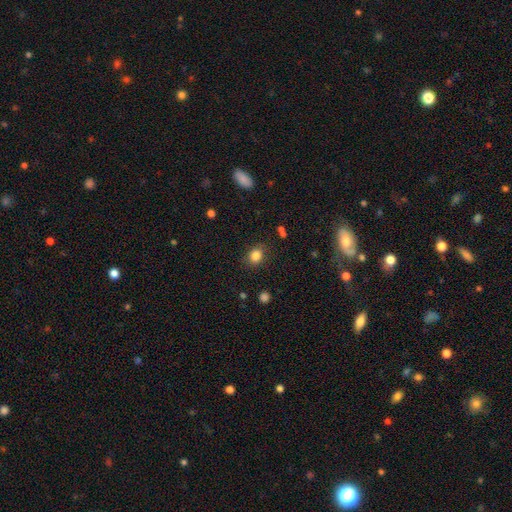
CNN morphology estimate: The model was most divided on "how rounded": round: 50%, in between: 49%, cigar-shaped: 1%. More confident: smooth or featured — smooth (84%); merging — none (83%).